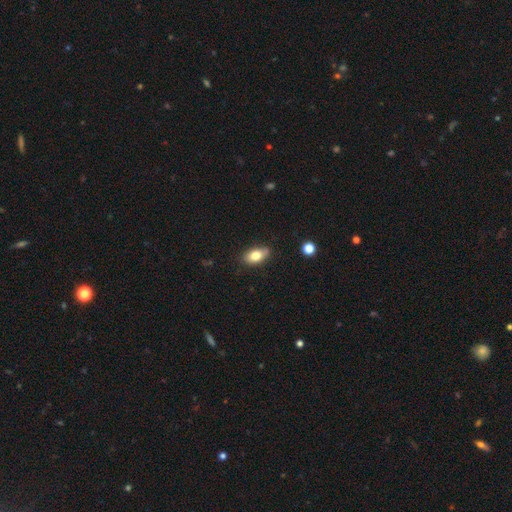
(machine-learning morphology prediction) Smooth or featured? Predicted: smooth (p=0.79). How rounded? Predicted: in between (p=0.88). Merging? Predicted: none (p=0.78).